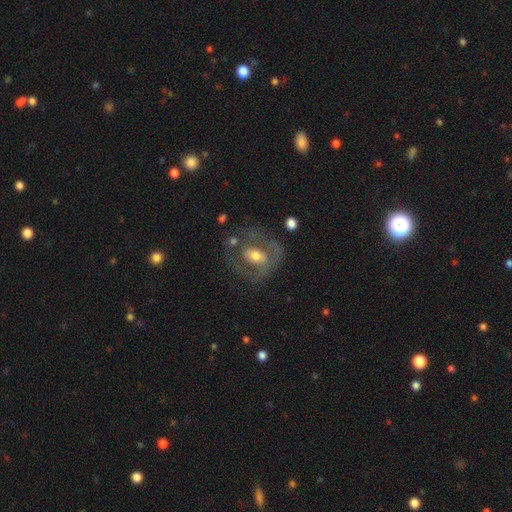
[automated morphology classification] This appears to be a featured or disk galaxy (68%) with no bar (42%), spiral arms (53%) and a moderate central bulge (67%). Merging: none (55%).